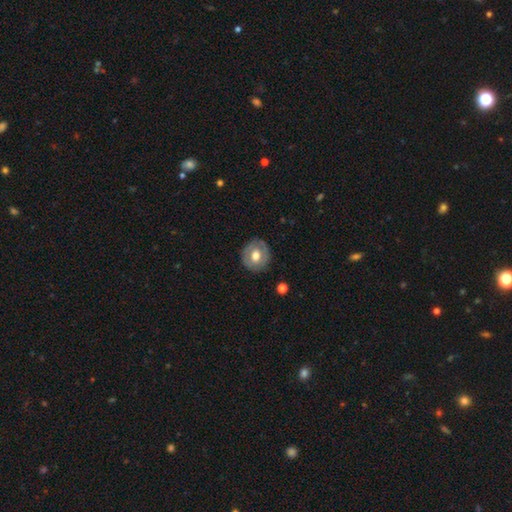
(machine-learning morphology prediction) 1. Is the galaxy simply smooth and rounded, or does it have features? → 54% smooth, 39% featured or disk, 6% star or artifact.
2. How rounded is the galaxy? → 81% round, 18% in between, 1% cigar-shaped.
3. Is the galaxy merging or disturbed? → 85% none, 11% minor disturbance, 3% major disturbance, 1% merger.